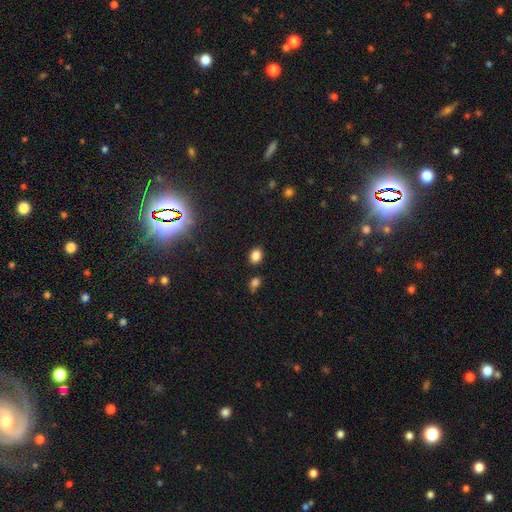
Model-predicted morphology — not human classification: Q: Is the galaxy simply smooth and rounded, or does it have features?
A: smooth — 84%.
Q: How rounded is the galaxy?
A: in between — 66%.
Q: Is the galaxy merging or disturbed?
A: none — 81%.